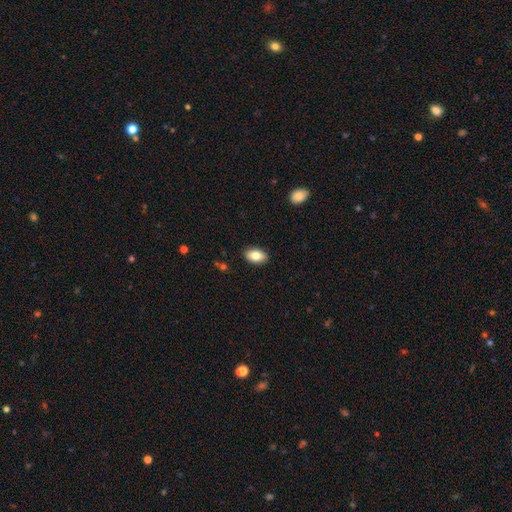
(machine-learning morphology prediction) Smooth or featured?
  - smooth: 82% *
  - featured or disk: 11%
  - star or artifact: 7%
How rounded?
  - in between: 91% *
  - round: 7%
  - cigar-shaped: 2%
Merging?
  - none: 90% *
  - minor disturbance: 8%
  - major disturbance: 2%
  - merger: 1%